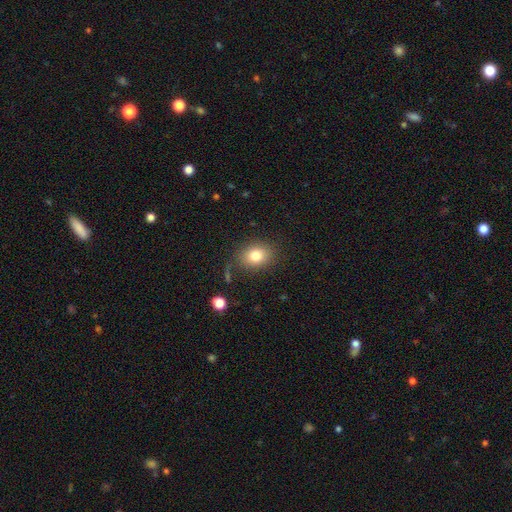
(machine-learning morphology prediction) smooth 80%, star or artifact 11%, featured or disk 9%. Down the decision tree: how rounded — in between (55%); merging — none (80%).